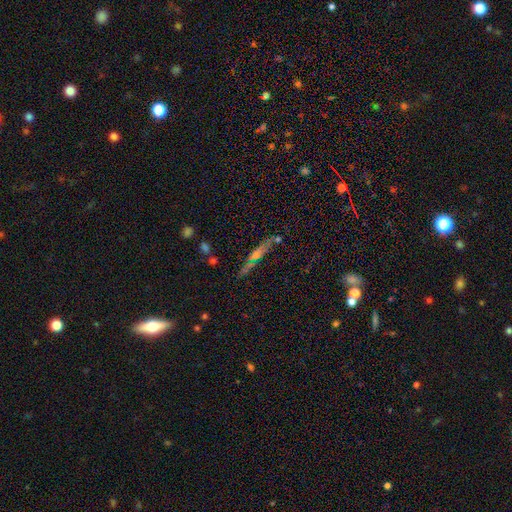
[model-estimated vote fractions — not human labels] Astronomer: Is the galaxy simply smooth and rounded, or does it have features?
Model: featured or disk — 48% (runner-up: smooth, 32%).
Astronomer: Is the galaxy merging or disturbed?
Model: none — 77%.